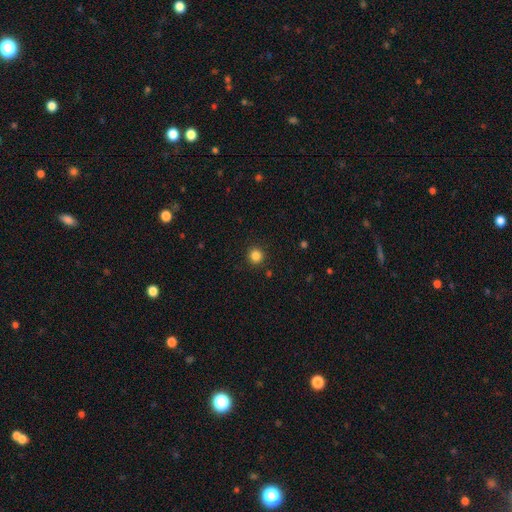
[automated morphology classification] Smooth or featured? Predicted: smooth (p=0.84). How rounded? Predicted: round (p=0.94). Merging? Predicted: none (p=0.91).